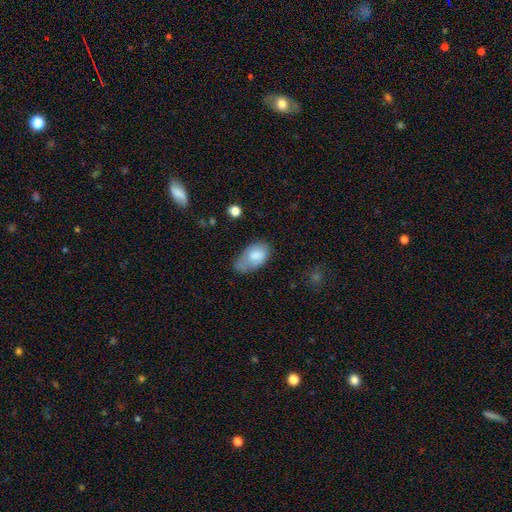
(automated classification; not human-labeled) Q: Smooth or featured?
A: smooth (77%); runner-up: featured or disk (16%)
Q: How rounded?
A: in between (93%); runner-up: round (5%)
Q: Merging?
A: minor disturbance (41%); runner-up: none (34%)